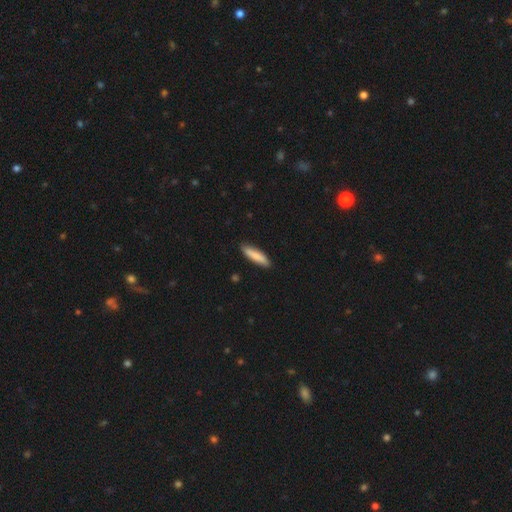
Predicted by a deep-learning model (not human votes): Smooth or featured: smooth — 83% (featured or disk — 12%)
How rounded: cigar-shaped — 78% (in between — 21%)
Merging: none — 87% (minor disturbance — 10%)